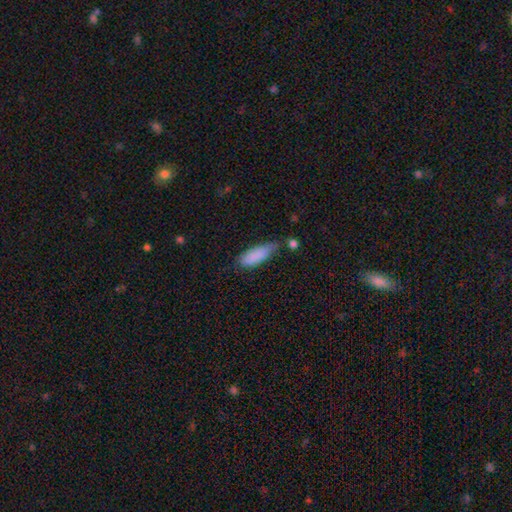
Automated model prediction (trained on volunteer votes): A smooth galaxy with no disk features (86%) that is in between round and cigar-shaped (60%).

Vote fractions:
- Smooth or featured? smooth: 86% / featured or disk: 8% / star or artifact: 7%
- How rounded? in between: 60% / cigar-shaped: 39% / round: 2%
- Merging? none: 49% / minor disturbance: 37% / major disturbance: 9% / merger: 6%